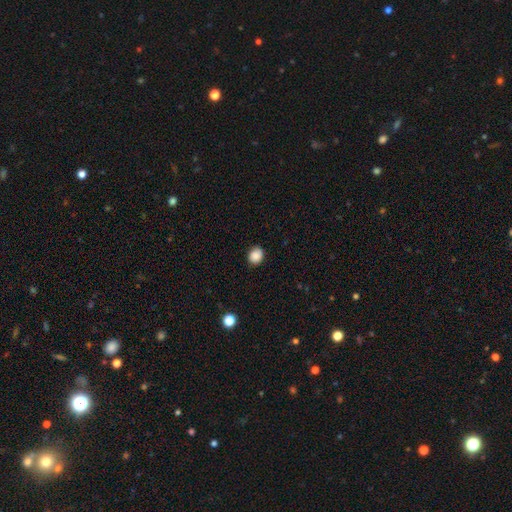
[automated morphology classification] Smooth or featured? smooth (88%)
How rounded? round (63%)
Merging? none (88%)